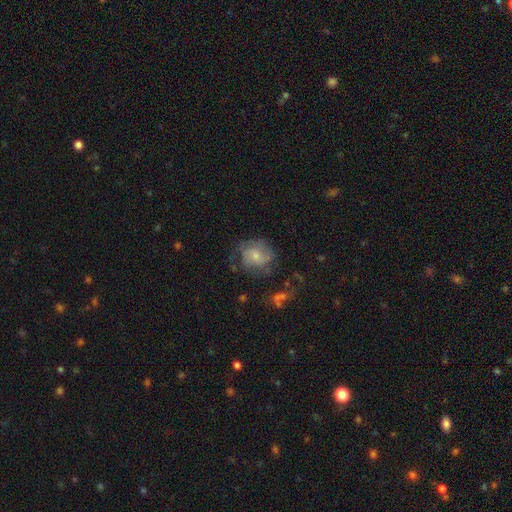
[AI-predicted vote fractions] Smooth or featured? Predicted: featured or disk (p=0.48). Merging? Predicted: none (p=0.54).